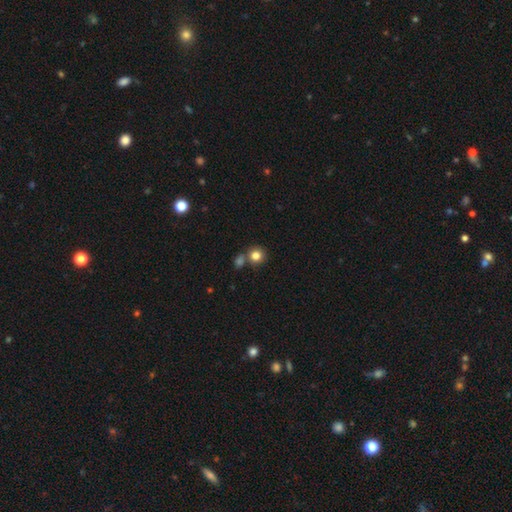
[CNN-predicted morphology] smooth-or-featured: smooth: 82% | star or artifact: 11% | featured or disk: 7%
  how-rounded: round: 88% | in between: 11% | cigar-shaped: 1%
  merging: none: 64% | merger: 23% | minor disturbance: 9% | major disturbance: 3%